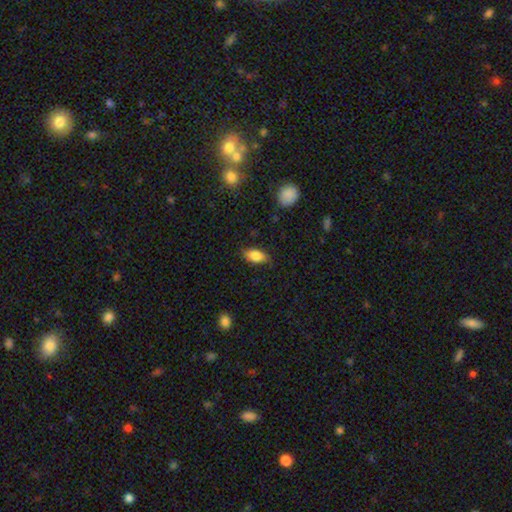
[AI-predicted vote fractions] Smooth or featured: smooth — 82% (featured or disk — 10%)
How rounded: in between — 88% (cigar-shaped — 7%)
Merging: none — 80% (minor disturbance — 16%)